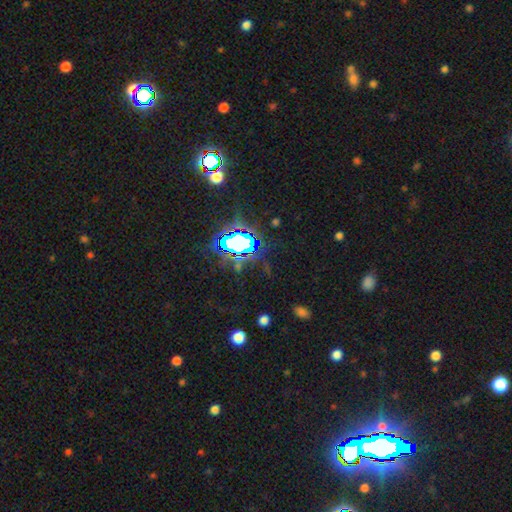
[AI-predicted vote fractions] Smooth or featured: star or artifact — 78% (smooth — 13%)